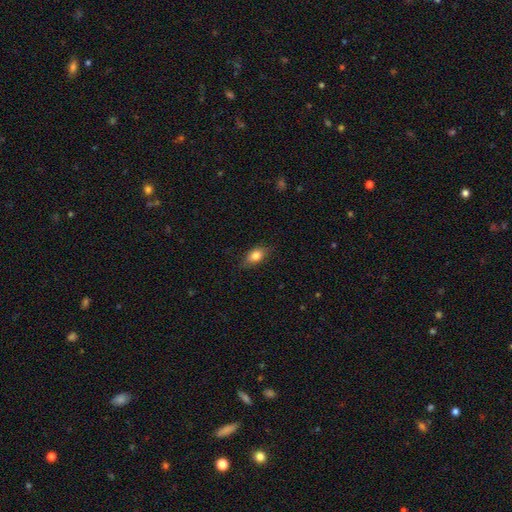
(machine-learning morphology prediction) The model was most divided on "merging": none: 80%, minor disturbance: 16%, major disturbance: 3%, merger: 1%. More confident: how rounded — in between (83%); smooth or featured — smooth (81%).